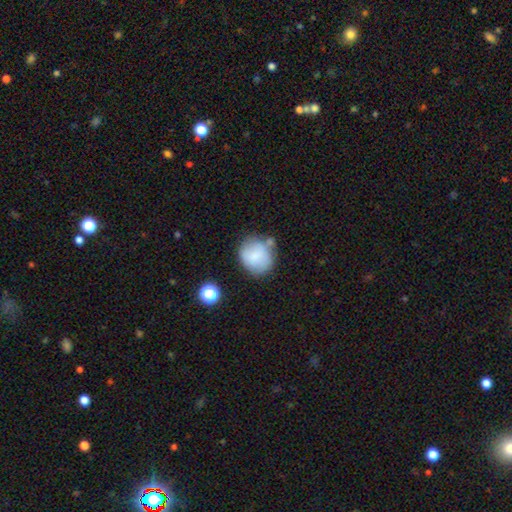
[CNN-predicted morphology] type=smooth (76%); roundness=round (77%); merging=none (55%).